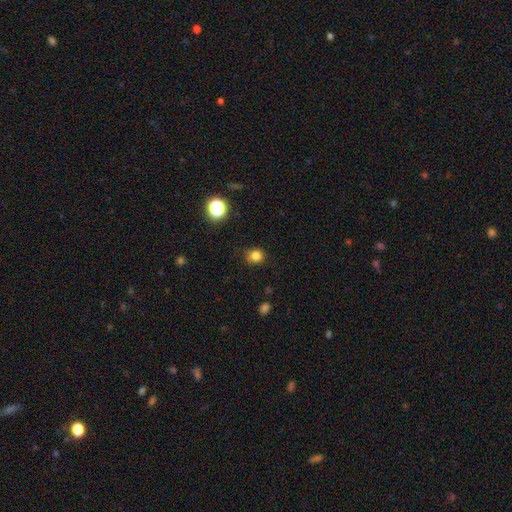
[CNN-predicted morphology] The model was most divided on "how rounded": round: 77%, in between: 22%, cigar-shaped: 1%. More confident: merging — none (82%); smooth or featured — smooth (81%).